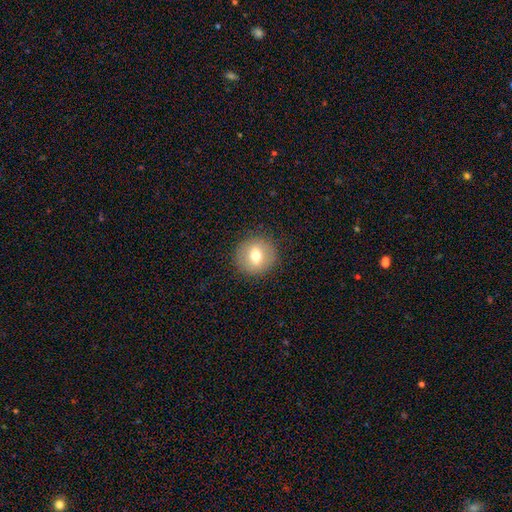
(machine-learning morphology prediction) Smooth or featured? Predicted: smooth (p=0.67). How rounded? Predicted: round (p=0.91). Merging? Predicted: none (p=0.89).